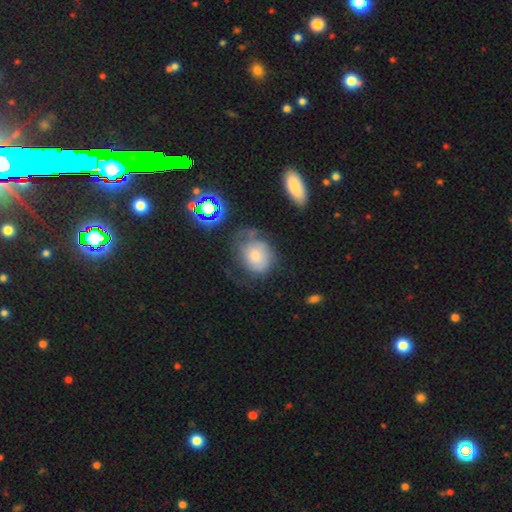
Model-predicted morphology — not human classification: Q: Smooth or featured?
A: smooth (48%); runner-up: featured or disk (41%)
Q: Merging?
A: none (37%); runner-up: major disturbance (32%)